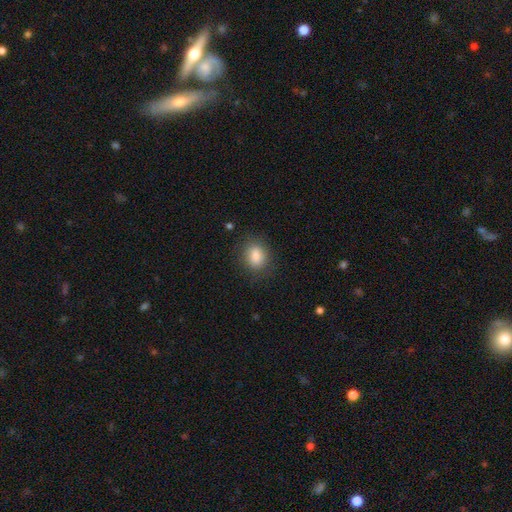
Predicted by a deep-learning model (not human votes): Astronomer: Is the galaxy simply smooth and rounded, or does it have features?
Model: smooth — 85%.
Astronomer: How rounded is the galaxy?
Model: in between — 53% (runner-up: round, 46%).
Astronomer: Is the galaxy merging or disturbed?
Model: none — 83%.